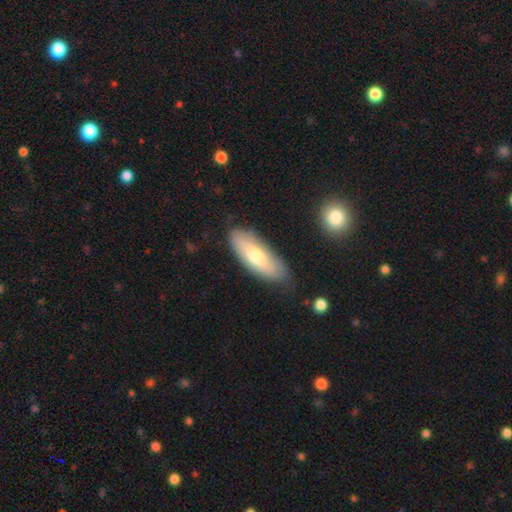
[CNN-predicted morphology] smooth-or-featured: smooth: 65% | featured or disk: 30% | star or artifact: 6%
  how-rounded: in between: 71% | cigar-shaped: 27% | round: 2%
  merging: none: 75% | minor disturbance: 19% | major disturbance: 4% | merger: 2%